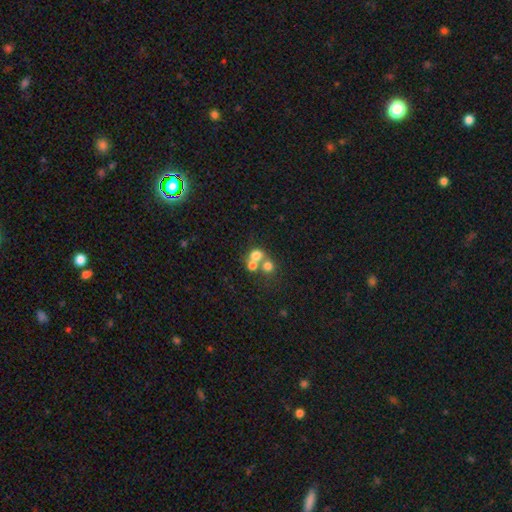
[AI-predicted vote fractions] This is likely a smooth galaxy (66%). How rounded: likely round (74%). Merging: possibly merger (56%).